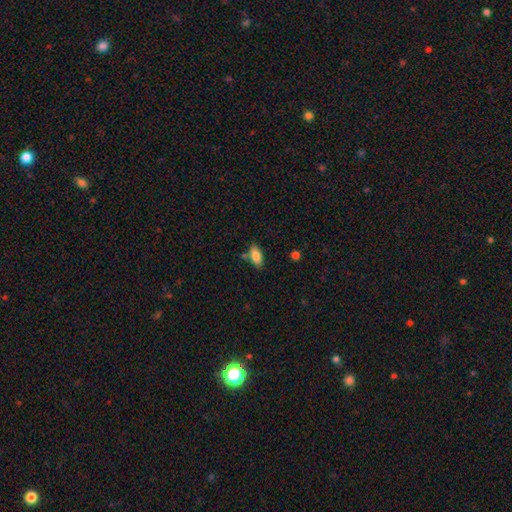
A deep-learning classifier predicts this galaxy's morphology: Overall: smooth (83%). How rounded: in between (86%). Merging: none (74%).